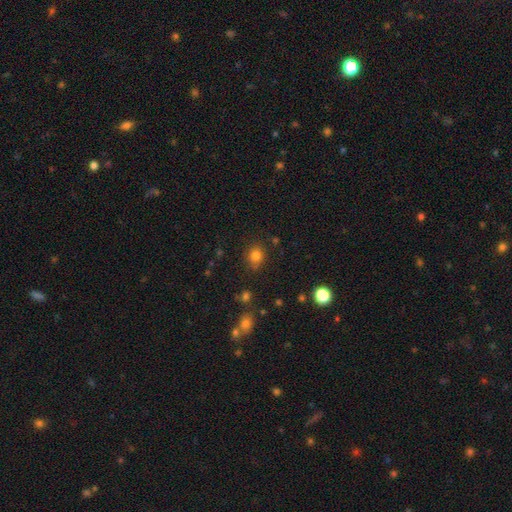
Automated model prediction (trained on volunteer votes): Morphology: type=smooth (80%); roundness=round (73%); merging=none (78%).